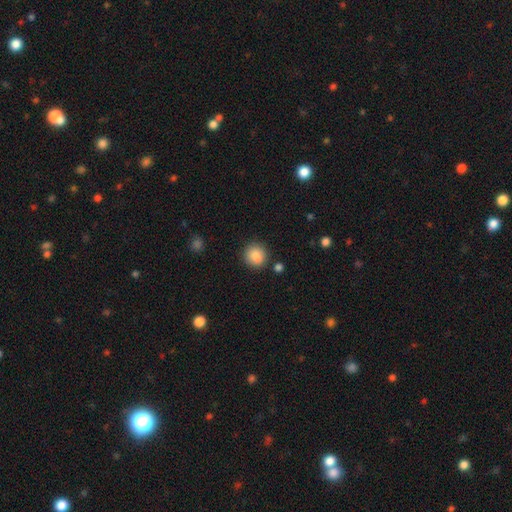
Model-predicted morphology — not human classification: A smooth galaxy with no disk features (87%) that is round (88%). Merging: none (84%).